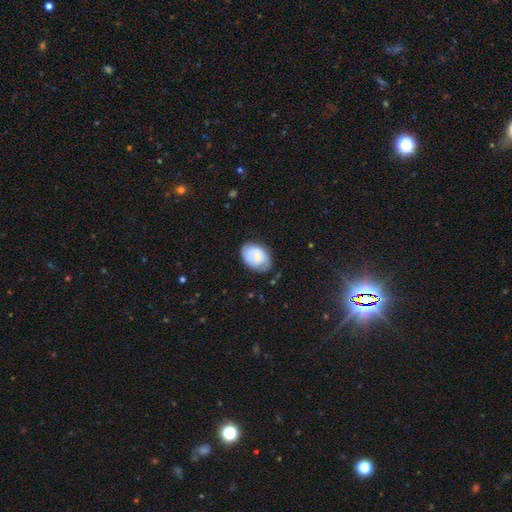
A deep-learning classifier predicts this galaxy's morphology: This is likely a smooth galaxy (68%). How rounded: likely in between (76%). Merging: likely none (65%).